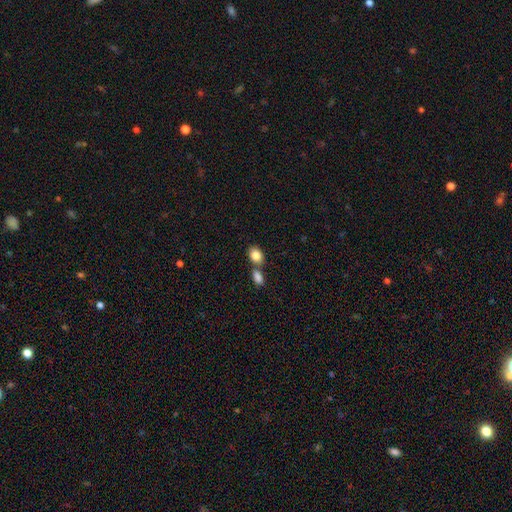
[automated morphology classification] Smooth or featured? Predicted: smooth (p=0.85). How rounded? Predicted: in between (p=0.66). Merging? Predicted: none (p=0.50).